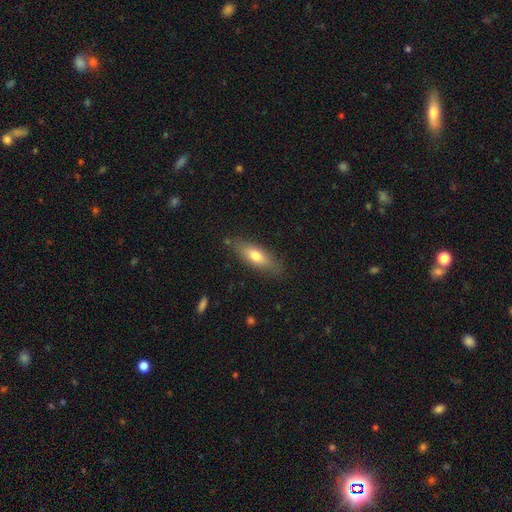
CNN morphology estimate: smooth-or-featured: smooth: 66% | featured or disk: 27% | star or artifact: 6%
  how-rounded: in between: 52% | cigar-shaped: 45% | round: 3%
  merging: none: 81% | minor disturbance: 14% | major disturbance: 3% | merger: 2%